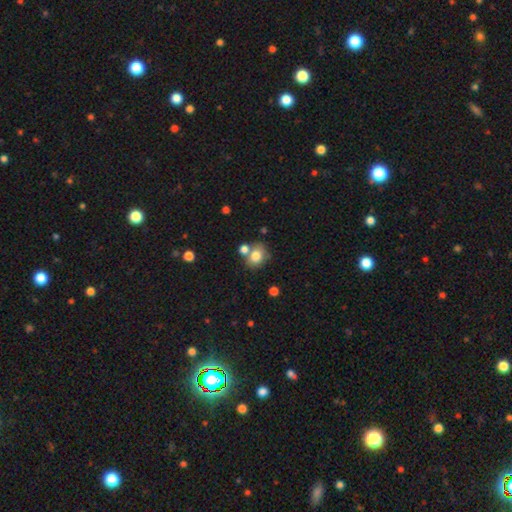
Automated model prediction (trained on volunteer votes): The model was most divided on "how rounded": round: 62%, in between: 37%, cigar-shaped: 1%. More confident: smooth or featured — smooth (78%); merging — none (57%).